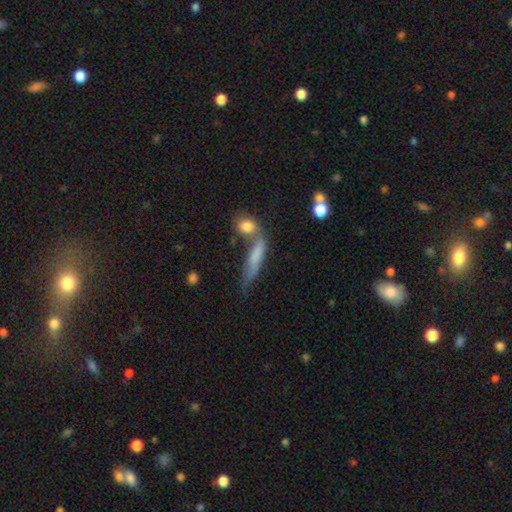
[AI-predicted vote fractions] Smooth or featured? smooth (66%)
How rounded? cigar-shaped (66%)
Merging? merger (37%)